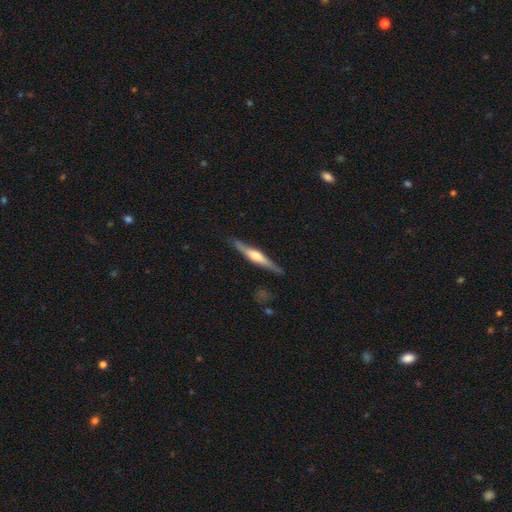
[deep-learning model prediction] This is likely a featured or disk galaxy (63%). It is clearly viewed edge-on (96%). Edge-on bulge: likely rounded (74%). Merging: clearly none (86%).